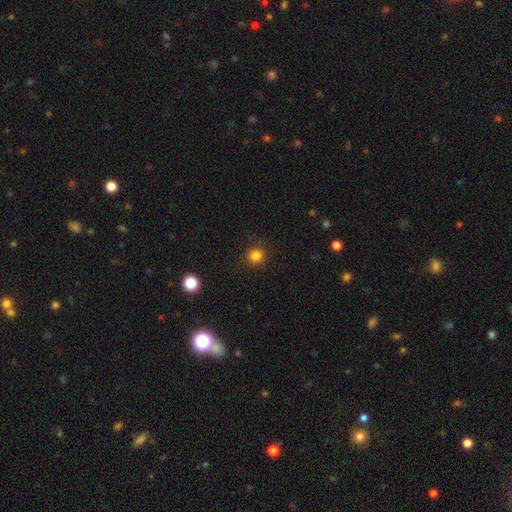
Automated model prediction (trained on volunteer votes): Morphology: type=smooth (84%); roundness=round (93%); merging=none (90%).